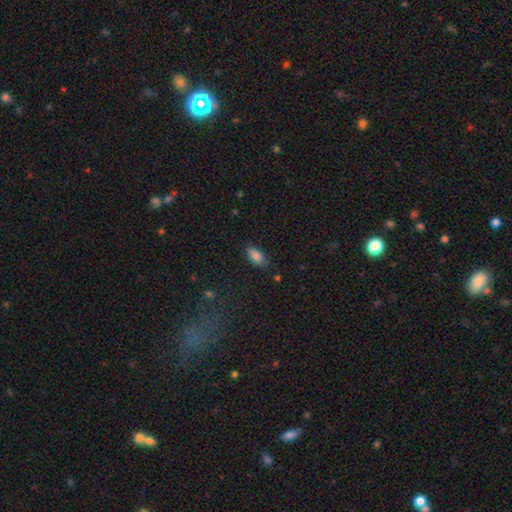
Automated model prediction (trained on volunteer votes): This appears to be a smooth galaxy with no disk features (86%) that is in between round and cigar-shaped (90%). Merging: none (79%).